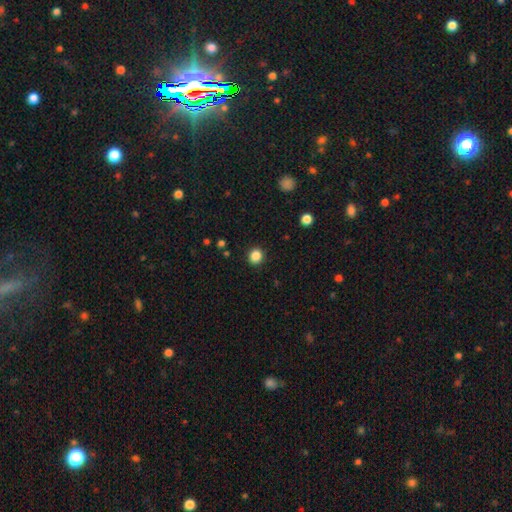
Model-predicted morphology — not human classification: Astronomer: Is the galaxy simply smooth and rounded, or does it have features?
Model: smooth — 86%.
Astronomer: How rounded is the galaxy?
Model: round — 89%.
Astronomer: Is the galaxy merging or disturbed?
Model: none — 91%.